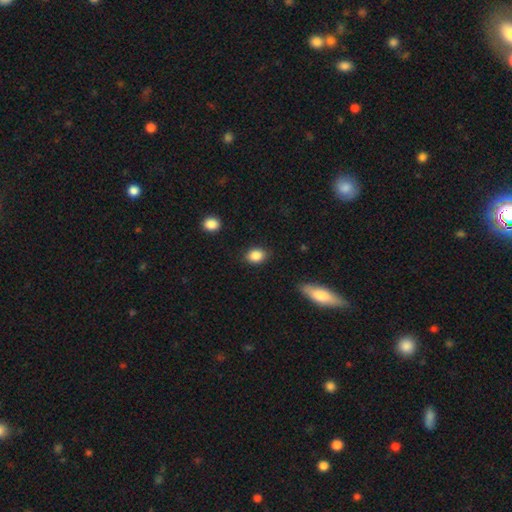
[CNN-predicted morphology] Smooth or featured?
  - smooth: 87% *
  - star or artifact: 8%
  - featured or disk: 5%
How rounded?
  - in between: 64% *
  - round: 35%
  - cigar-shaped: 2%
Merging?
  - none: 85% *
  - minor disturbance: 11%
  - major disturbance: 3%
  - merger: 2%